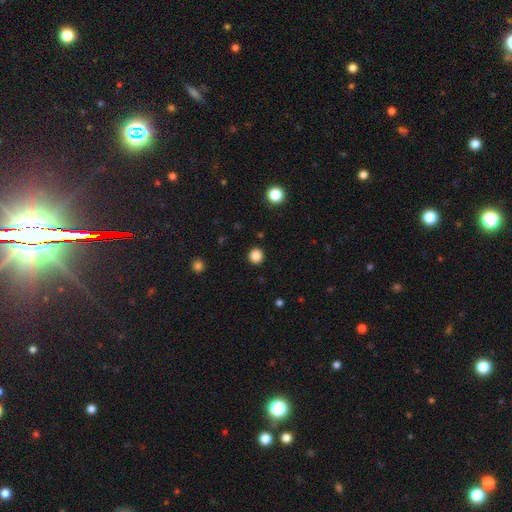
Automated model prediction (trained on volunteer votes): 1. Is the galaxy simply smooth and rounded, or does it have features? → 85% smooth, 12% star or artifact, 3% featured or disk.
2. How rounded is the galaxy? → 94% round, 5% in between, 1% cigar-shaped.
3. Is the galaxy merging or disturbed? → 92% none, 5% minor disturbance, 2% major disturbance, 1% merger.